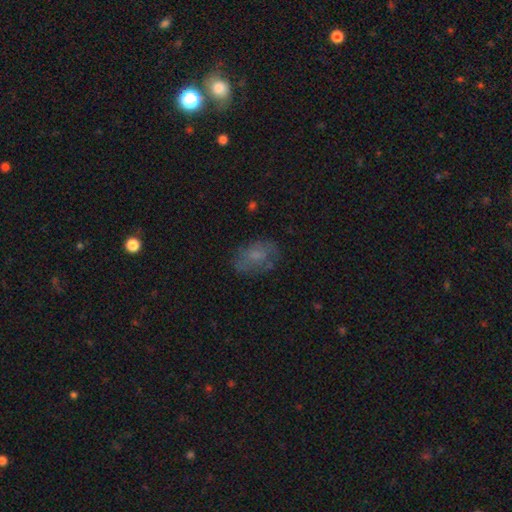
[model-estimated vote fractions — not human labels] This is possibly a smooth galaxy (57%). How rounded: clearly in between (84%). Merging: likely none (64%).